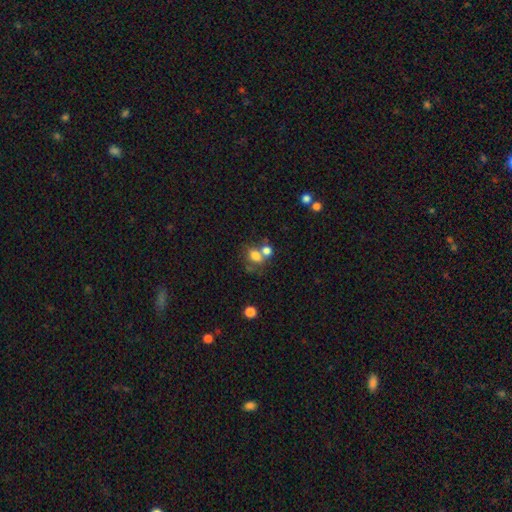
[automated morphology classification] The model was most divided on "merging": merger: 46%, none: 36%, minor disturbance: 12%, major disturbance: 7%. More confident: smooth or featured — smooth (73%); how rounded — in between (61%).